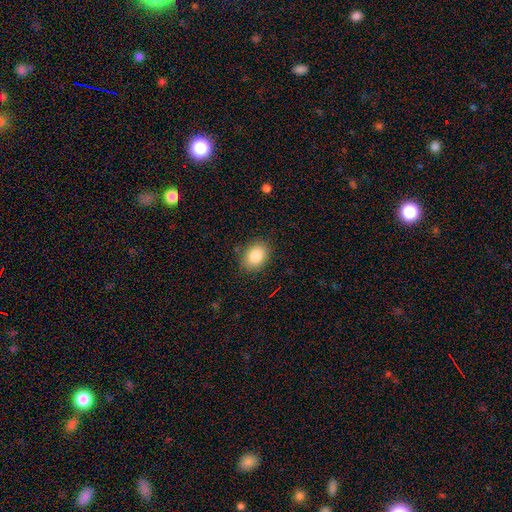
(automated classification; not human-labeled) Smooth or featured? smooth (85%)
How rounded? in between (72%)
Merging? none (86%)